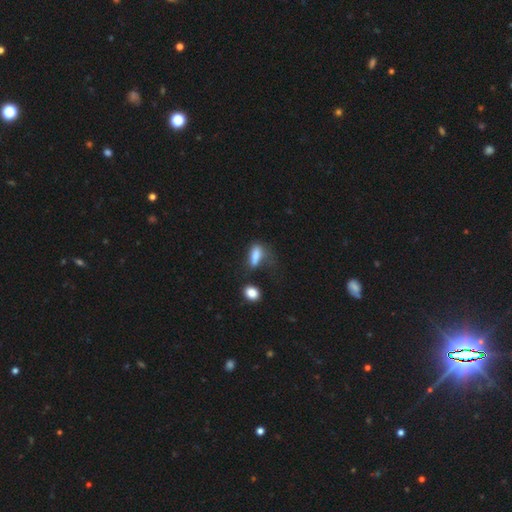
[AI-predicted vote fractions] Smooth or featured? Predicted: smooth (p=0.76). How rounded? Predicted: in between (p=0.67). Merging? Predicted: none (p=0.34).